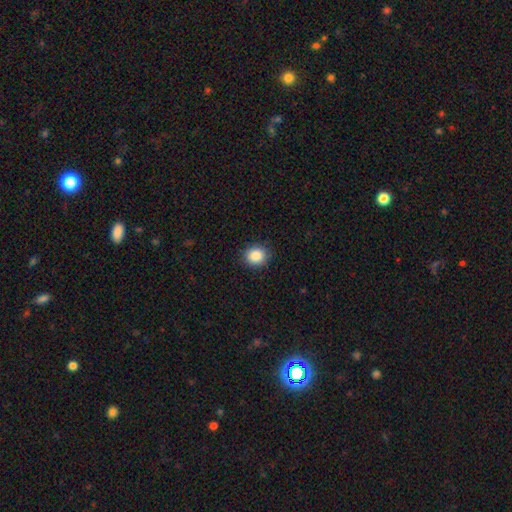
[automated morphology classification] Overall: smooth (88%). How rounded: round (75%). Merging: none (89%).